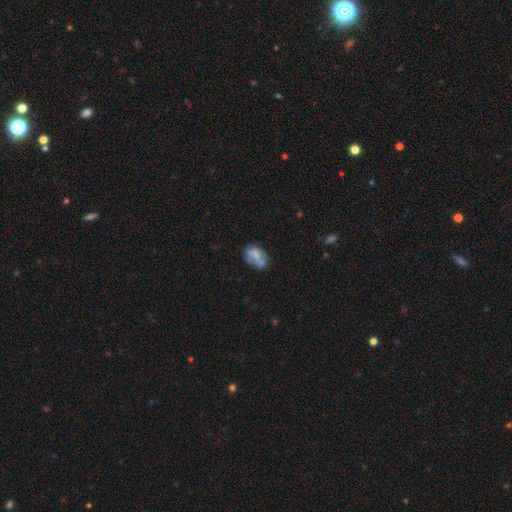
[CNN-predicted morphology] Smooth or featured: smooth — 62% (featured or disk — 29%)
How rounded: in between — 82% (round — 17%)
Merging: none — 47% (minor disturbance — 25%)